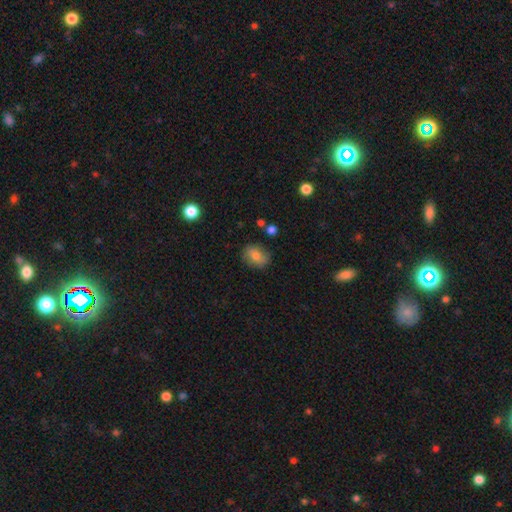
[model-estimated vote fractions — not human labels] A smooth galaxy with no disk features (77%) that is in between round and cigar-shaped (59%).

Vote fractions:
- Smooth or featured? smooth: 77% / featured or disk: 14% / star or artifact: 9%
- How rounded? in between: 59% / round: 40% / cigar-shaped: 1%
- Merging? none: 80% / minor disturbance: 15% / major disturbance: 4% / merger: 2%